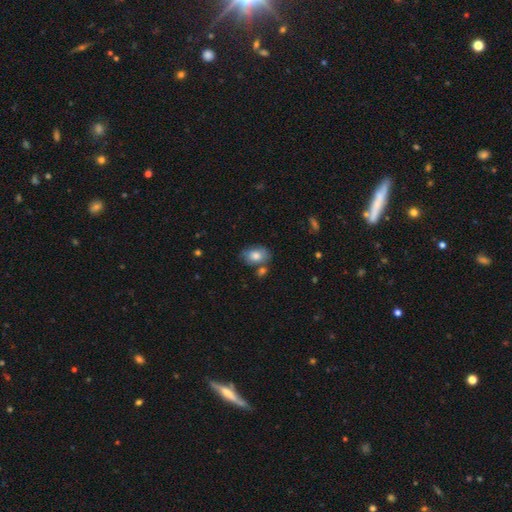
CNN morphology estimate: A smooth galaxy with no disk features (79%) that is in between round and cigar-shaped (80%). Merging: none (63%).